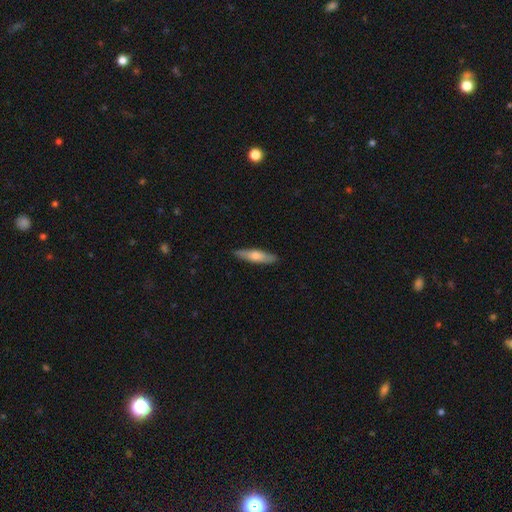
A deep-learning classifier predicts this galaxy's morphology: Smooth or featured? smooth (59%)
How rounded? cigar-shaped (78%)
Merging? none (89%)